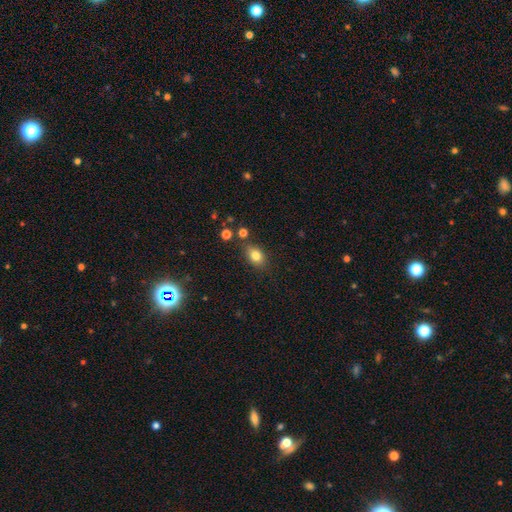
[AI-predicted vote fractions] Smooth or featured?
  - smooth: 81% *
  - star or artifact: 11%
  - featured or disk: 8%
How rounded?
  - in between: 73% *
  - round: 25%
  - cigar-shaped: 2%
Merging?
  - none: 75% *
  - minor disturbance: 15%
  - merger: 6%
  - major disturbance: 4%